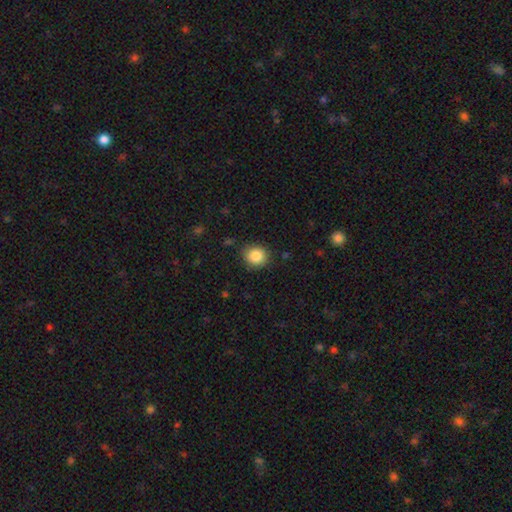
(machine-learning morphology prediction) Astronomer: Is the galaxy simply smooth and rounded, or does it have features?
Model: smooth — 85%.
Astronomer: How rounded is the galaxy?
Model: round — 83%.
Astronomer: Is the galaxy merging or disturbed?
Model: none — 86%.